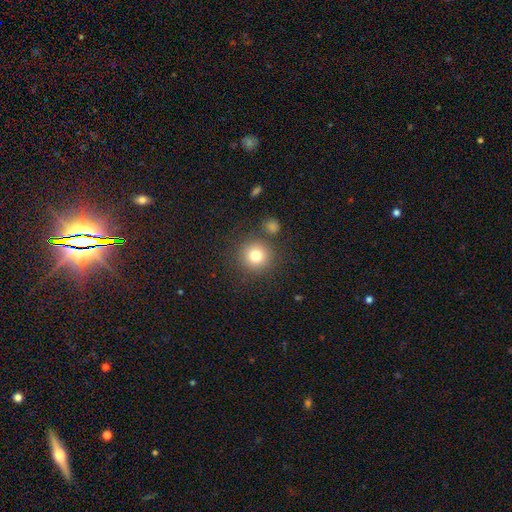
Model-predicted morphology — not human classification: smooth_or_featured: smooth (p=0.79) [alt: star or artifact p=0.13]
how_rounded: round (p=0.94) [alt: in between p=0.05]
merging: none (p=0.83) [alt: minor disturbance p=0.08]